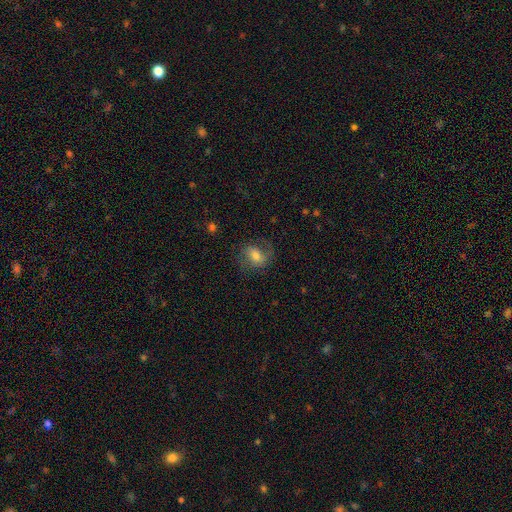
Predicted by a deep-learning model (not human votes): A featured or disk galaxy (47%).

Vote fractions:
- Smooth or featured? featured or disk: 47% / smooth: 43% / star or artifact: 9%
- Merging? none: 67% / minor disturbance: 19% / major disturbance: 14% / merger: 1%